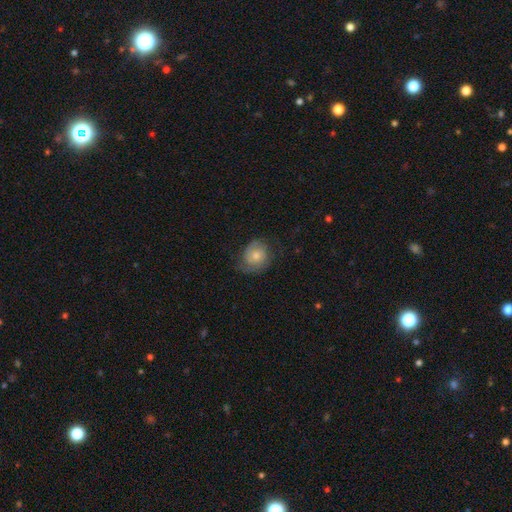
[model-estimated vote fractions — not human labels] A featured or disk galaxy (55%) with no bar (80%), spiral arms (83%) and a moderate central bulge (55%).

Vote fractions:
- Smooth or featured? featured or disk: 55% / smooth: 38% / star or artifact: 7%
- Edge-on disk? no: 97% / yes: 3%
- Bar? no: 80% / weak: 17% / strong: 3%
- Spiral arms? yes: 83% / no: 17%
- Bulge size? moderate: 55% / small: 37% / large: 4% / none: 2% / dominant: 1%
- Merging? none: 63% / minor disturbance: 25% / major disturbance: 11% / merger: 1%